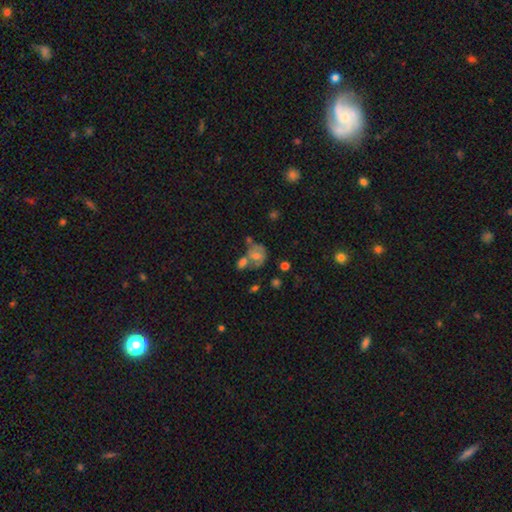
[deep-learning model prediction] Q: Smooth or featured?
A: smooth (51%); runner-up: featured or disk (36%)
Q: How rounded?
A: in between (52%); runner-up: round (47%)
Q: Merging?
A: merger (37%); runner-up: none (32%)